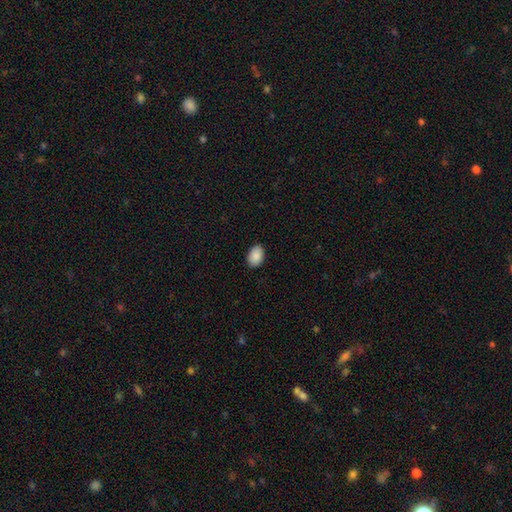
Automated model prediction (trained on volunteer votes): Smooth or featured: smooth — 90% (star or artifact — 7%)
How rounded: in between — 88% (round — 11%)
Merging: none — 89% (minor disturbance — 9%)